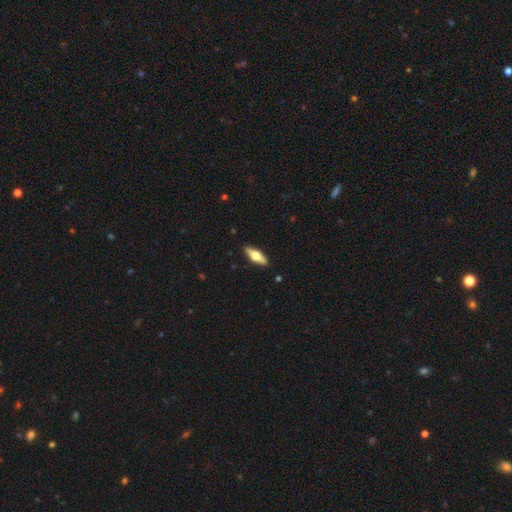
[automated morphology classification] Smooth or featured? featured or disk (53%)
Edge-on disk? yes (92%)
Merging? none (89%)